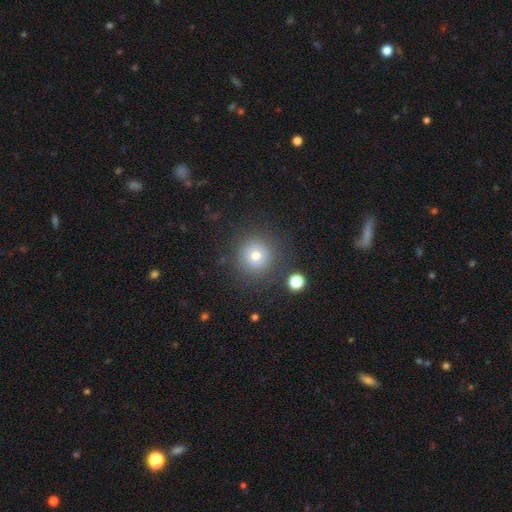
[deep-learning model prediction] Q: Smooth or featured?
A: smooth (72%); runner-up: star or artifact (16%)
Q: How rounded?
A: round (95%); runner-up: in between (4%)
Q: Merging?
A: none (83%); runner-up: minor disturbance (9%)